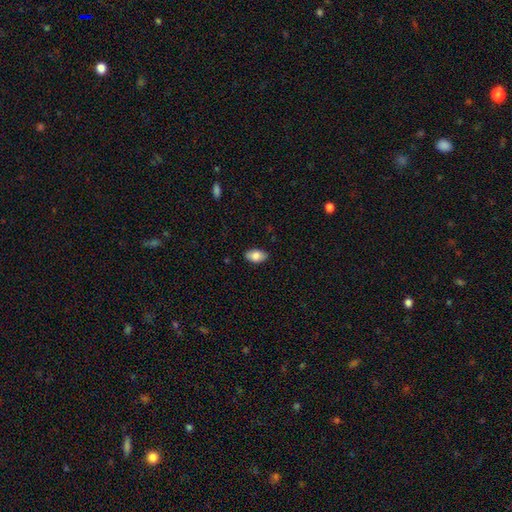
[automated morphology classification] A smooth galaxy with no disk features (83%) that is in between round and cigar-shaped (93%).

Vote fractions:
- Smooth or featured? smooth: 83% / featured or disk: 10% / star or artifact: 7%
- How rounded? in between: 93% / round: 6% / cigar-shaped: 2%
- Merging? none: 86% / minor disturbance: 11% / major disturbance: 2% / merger: 1%